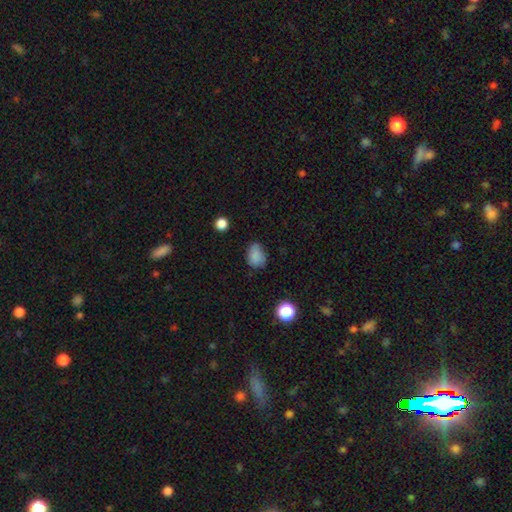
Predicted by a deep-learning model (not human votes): Smooth or featured: smooth — 83% (star or artifact — 12%)
How rounded: in between — 67% (round — 32%)
Merging: none — 63% (minor disturbance — 29%)